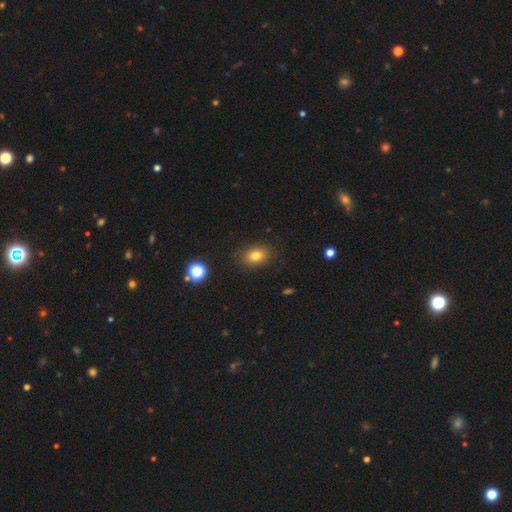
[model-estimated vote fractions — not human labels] A smooth galaxy with no disk features (80%) that is in between round and cigar-shaped (71%).

Vote fractions:
- Smooth or featured? smooth: 80% / star or artifact: 12% / featured or disk: 8%
- How rounded? in between: 71% / round: 28% / cigar-shaped: 1%
- Merging? none: 87% / minor disturbance: 9% / major disturbance: 3% / merger: 1%